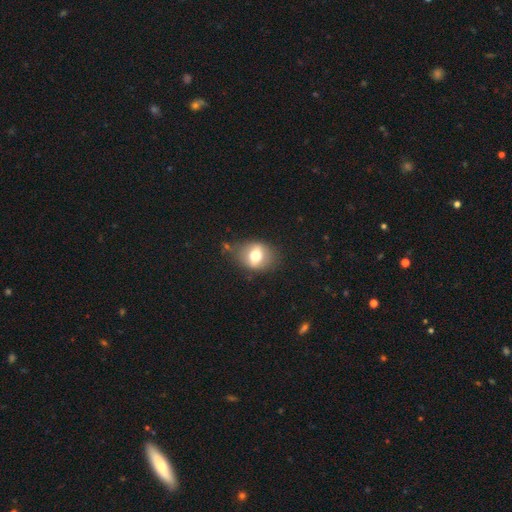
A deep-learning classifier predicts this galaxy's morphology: A smooth galaxy with no disk features (62%) that is in between round and cigar-shaped (54%).

Vote fractions:
- Smooth or featured? smooth: 62% / featured or disk: 28% / star or artifact: 9%
- How rounded? in between: 54% / round: 44% / cigar-shaped: 2%
- Merging? none: 72% / minor disturbance: 18% / major disturbance: 7% / merger: 3%